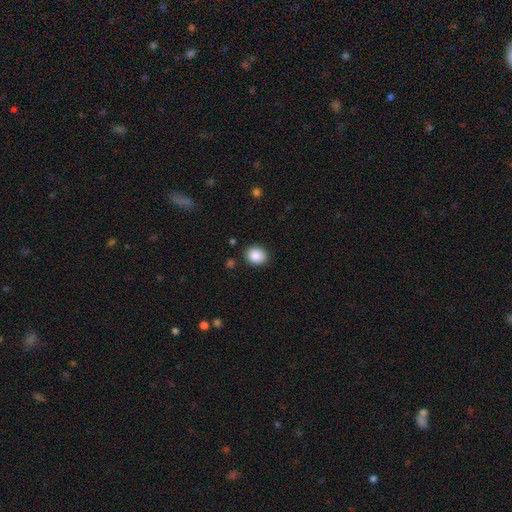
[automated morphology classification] A smooth galaxy with no disk features (87%) that is round (63%).

Vote fractions:
- Smooth or featured? smooth: 87% / star or artifact: 8% / featured or disk: 4%
- How rounded? round: 63% / in between: 36% / cigar-shaped: 1%
- Merging? none: 87% / minor disturbance: 9% / major disturbance: 2% / merger: 2%